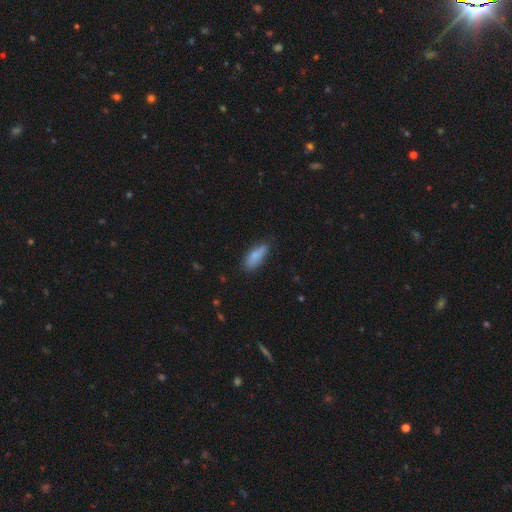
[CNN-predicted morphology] Q: Smooth or featured?
A: smooth (81%); runner-up: featured or disk (11%)
Q: How rounded?
A: in between (70%); runner-up: cigar-shaped (28%)
Q: Merging?
A: none (64%); runner-up: minor disturbance (27%)